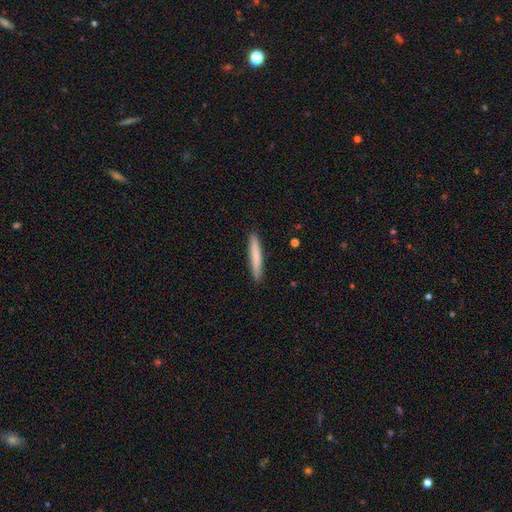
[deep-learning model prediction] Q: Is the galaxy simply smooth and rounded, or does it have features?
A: smooth — 76%.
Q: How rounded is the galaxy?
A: cigar-shaped — 95%.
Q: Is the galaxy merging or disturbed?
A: none — 91%.